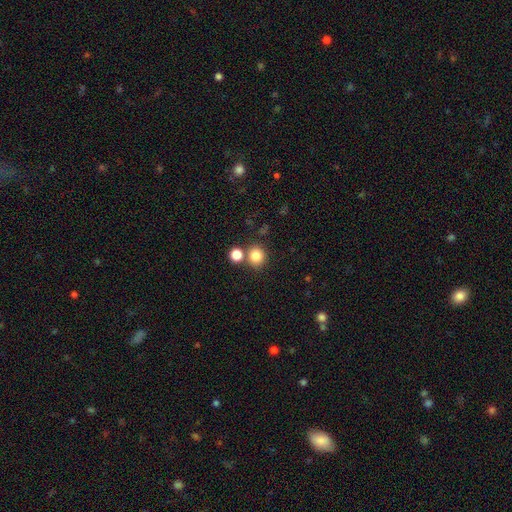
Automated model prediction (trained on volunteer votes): Smooth or featured? smooth (82%)
How rounded? round (87%)
Merging? none (72%)